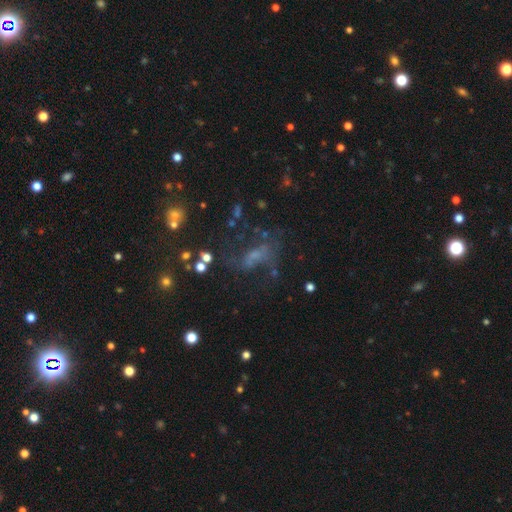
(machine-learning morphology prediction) A featured or disk galaxy (41%).

Vote fractions:
- Smooth or featured? featured or disk: 41% / smooth: 30% / star or artifact: 30%
- Merging? none: 43% / major disturbance: 30% / minor disturbance: 19% / merger: 7%